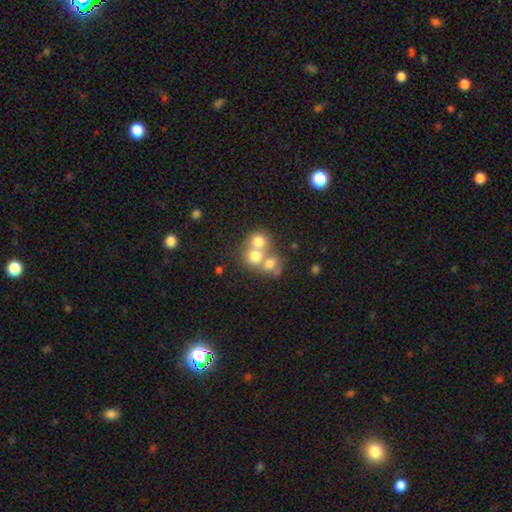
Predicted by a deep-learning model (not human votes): Q: Smooth or featured?
A: smooth (68%); runner-up: featured or disk (19%)
Q: How rounded?
A: round (76%); runner-up: in between (23%)
Q: Merging?
A: merger (57%); runner-up: none (33%)